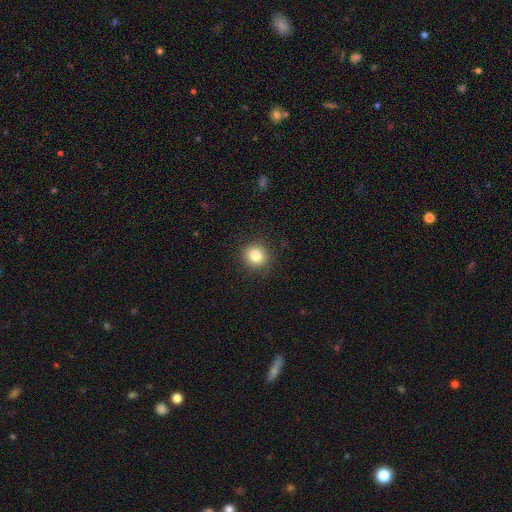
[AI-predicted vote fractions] Smooth or featured: smooth — 82% (star or artifact — 11%)
How rounded: round — 91% (in between — 8%)
Merging: none — 90% (minor disturbance — 7%)